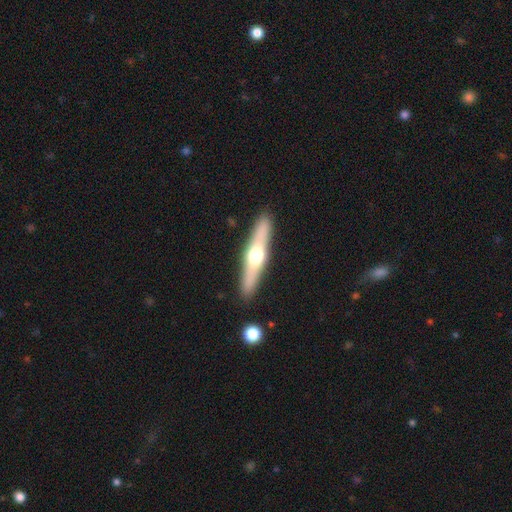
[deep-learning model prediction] Q: Smooth or featured?
A: featured or disk (56%); runner-up: smooth (38%)
Q: Edge-on disk?
A: yes (93%); runner-up: no (7%)
Q: Edge-on bulge?
A: rounded (92%); runner-up: none (4%)
Q: Merging?
A: none (89%); runner-up: minor disturbance (7%)